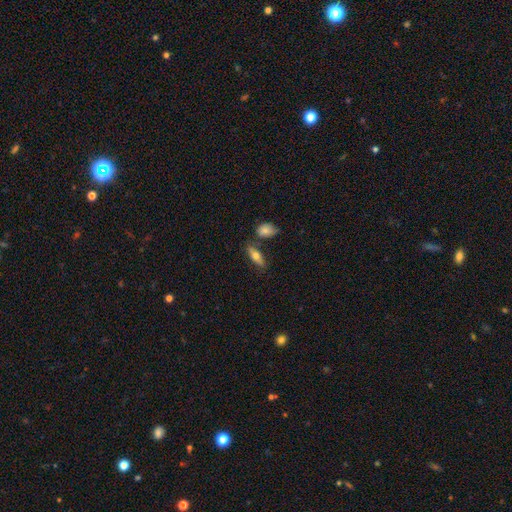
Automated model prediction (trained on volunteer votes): Q: Smooth or featured?
A: smooth (63%); runner-up: featured or disk (31%)
Q: How rounded?
A: in between (64%); runner-up: cigar-shaped (33%)
Q: Merging?
A: none (70%); runner-up: minor disturbance (13%)